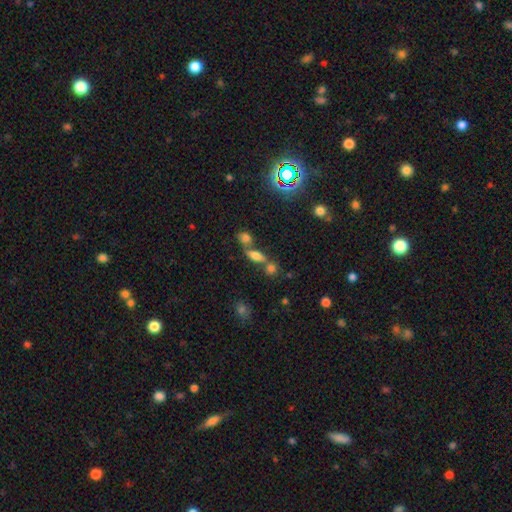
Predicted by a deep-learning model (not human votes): Smooth or featured?
  - smooth: 63% *
  - featured or disk: 19%
  - star or artifact: 18%
How rounded?
  - in between: 59% *
  - cigar-shaped: 28%
  - round: 13%
Merging?
  - none: 48% *
  - merger: 35%
  - minor disturbance: 11%
  - major disturbance: 6%